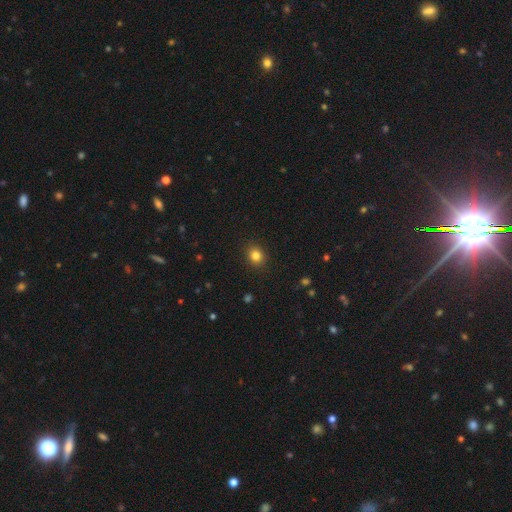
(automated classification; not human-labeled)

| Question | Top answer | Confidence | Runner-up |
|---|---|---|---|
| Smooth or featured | smooth | 82% | star or artifact (12%) |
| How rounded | round | 74% | in between (25%) |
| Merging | none | 90% | minor disturbance (7%) |